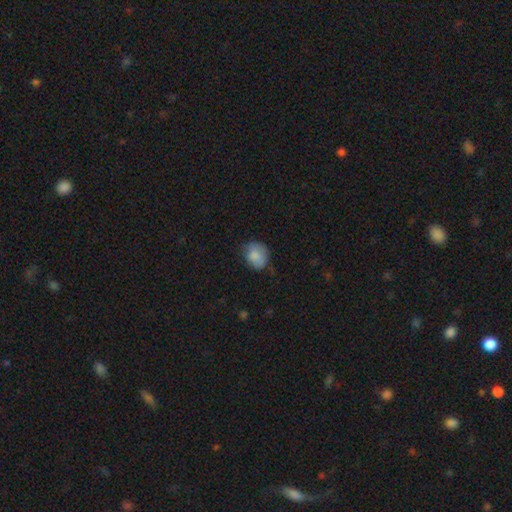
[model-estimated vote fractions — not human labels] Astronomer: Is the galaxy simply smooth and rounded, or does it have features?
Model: smooth — 83%.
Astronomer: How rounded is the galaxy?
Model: round — 53% (runner-up: in between, 47%).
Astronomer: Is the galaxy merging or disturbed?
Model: none — 60%.